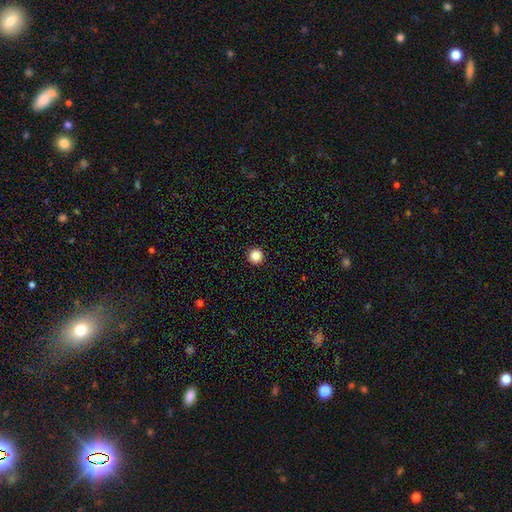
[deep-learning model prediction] smooth 86%, star or artifact 11%, featured or disk 3%. Down the decision tree: how rounded — round (96%); merging — none (94%).